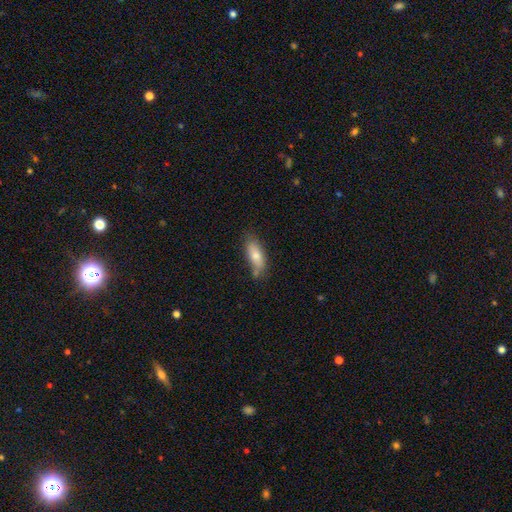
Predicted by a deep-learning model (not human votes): The model was most divided on "merging": none: 63%, minor disturbance: 24%, merger: 9%, major disturbance: 5%. More confident: smooth or featured — smooth (75%); how rounded — in between (73%).